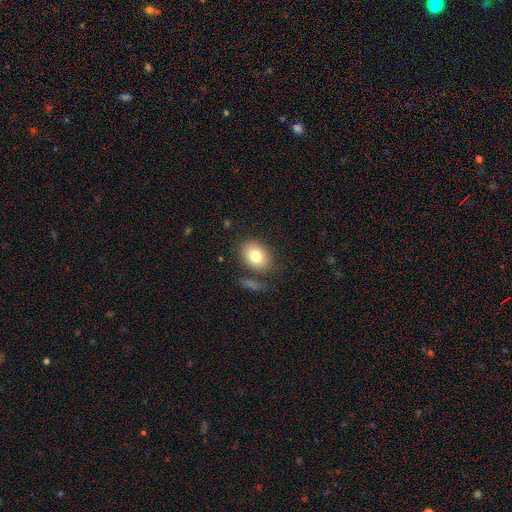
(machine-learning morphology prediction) A smooth galaxy with no disk features (80%) that is in between round and cigar-shaped (70%). Merging: none (76%).